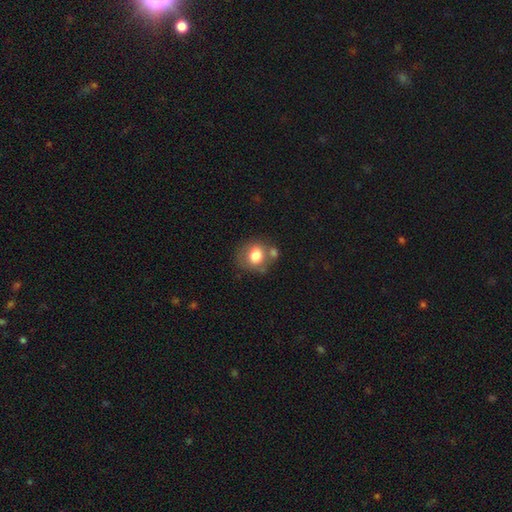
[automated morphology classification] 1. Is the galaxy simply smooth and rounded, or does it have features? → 78% smooth, 13% featured or disk, 9% star or artifact.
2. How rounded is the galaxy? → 71% round, 28% in between, 1% cigar-shaped.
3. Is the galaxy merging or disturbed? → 54% none, 20% merger, 18% minor disturbance, 7% major disturbance.